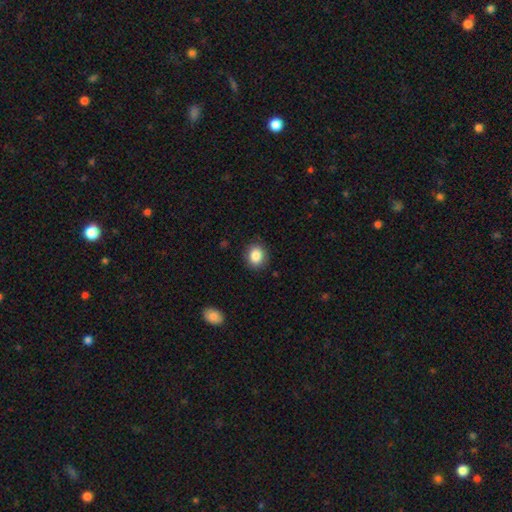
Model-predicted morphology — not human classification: Smooth or featured? Predicted: smooth (p=0.87). How rounded? Predicted: round (p=0.63). Merging? Predicted: none (p=0.86).